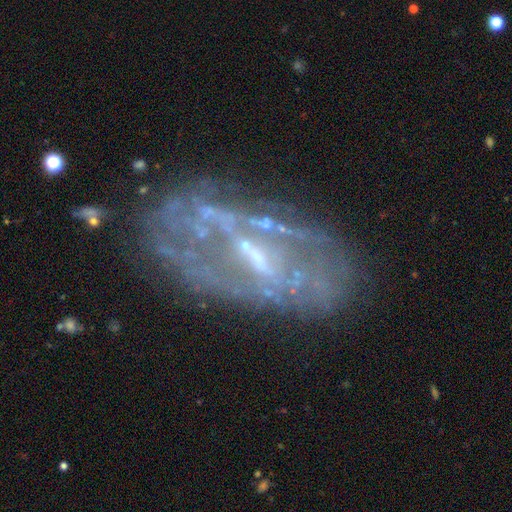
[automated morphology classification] The model was most divided on "bar": weak: 42%, strong: 37%, no: 21%. More confident: edge-on disk — no (90%); smooth or featured — featured or disk (78%); merging — none (72%); spiral arms — yes (70%); bulge size — small (55%).